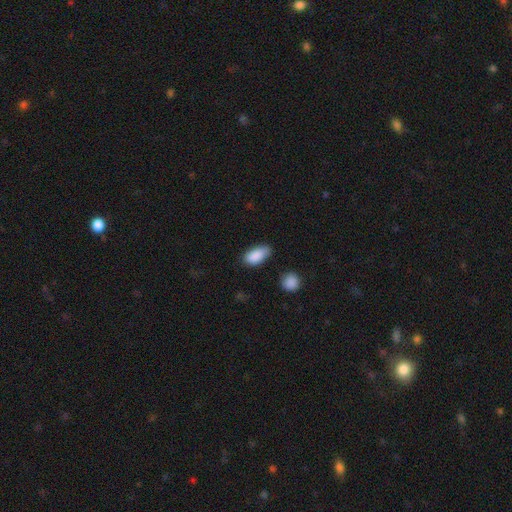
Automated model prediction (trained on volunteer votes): Smooth or featured? smooth (89%)
How rounded? in between (91%)
Merging? none (72%)